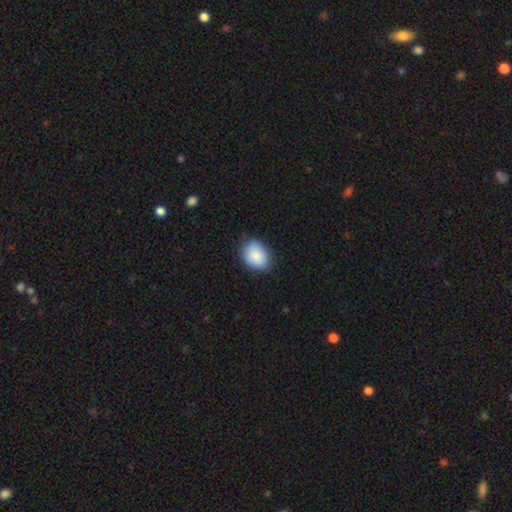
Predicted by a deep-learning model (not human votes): smooth_or_featured: smooth (p=0.86) [alt: star or artifact p=0.07]
how_rounded: in between (p=0.61) [alt: round p=0.38]
merging: none (p=0.79) [alt: minor disturbance p=0.17]